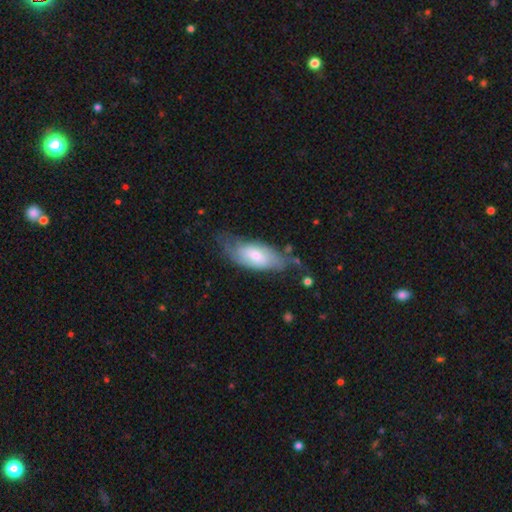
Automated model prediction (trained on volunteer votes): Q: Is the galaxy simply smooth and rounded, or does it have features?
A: featured or disk — 48%.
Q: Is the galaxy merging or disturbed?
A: none — 50%.